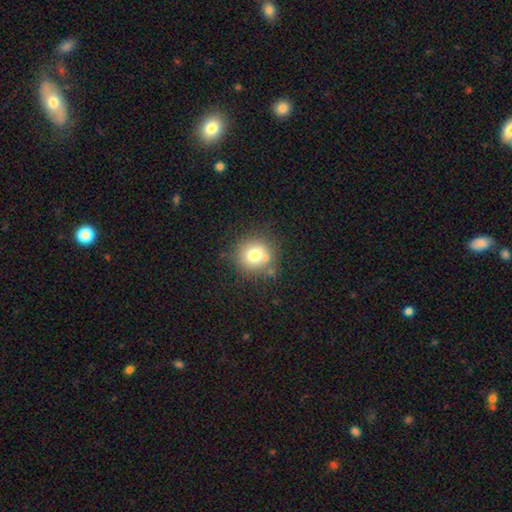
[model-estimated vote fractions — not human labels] This is likely a smooth galaxy (73%). How rounded: clearly round (91%). Merging: likely none (74%).